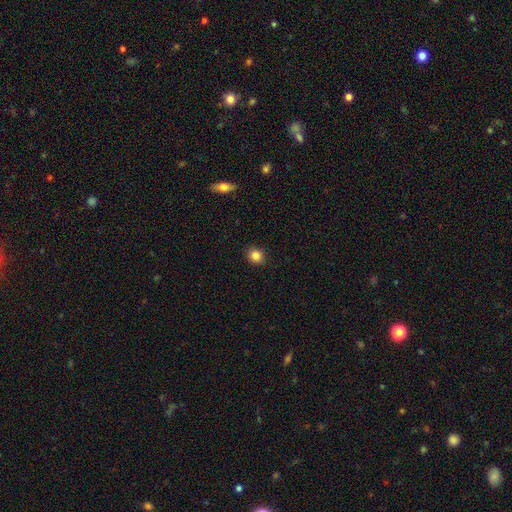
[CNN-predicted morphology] Overall: smooth (84%). How rounded: round (80%). Merging: none (91%).